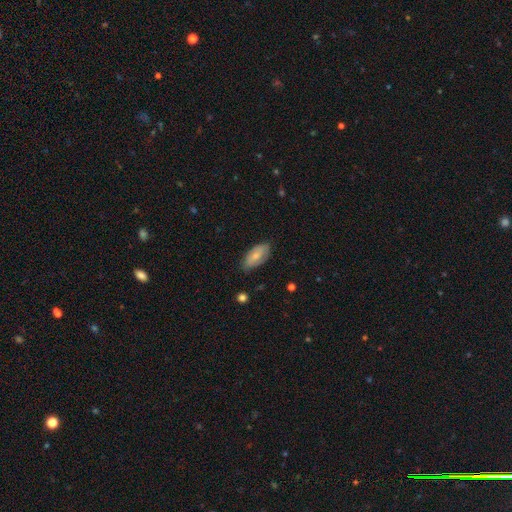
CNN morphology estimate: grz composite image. It shows a smooth galaxy with no disk features (72%) that is in between round and cigar-shaped (91%). Merging: none (75%).